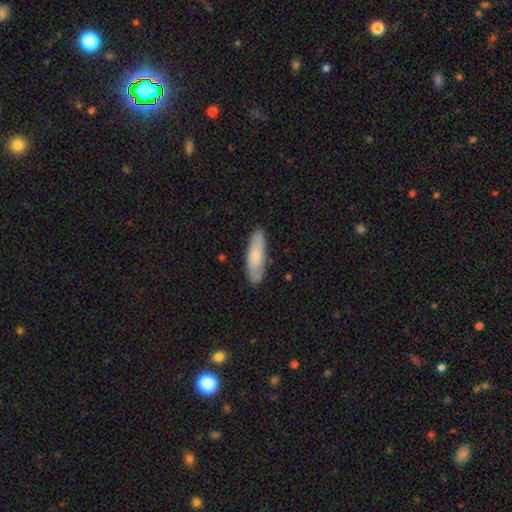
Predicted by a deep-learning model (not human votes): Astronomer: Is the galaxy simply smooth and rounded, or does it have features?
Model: smooth — 77%.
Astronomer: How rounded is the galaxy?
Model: cigar-shaped — 57% (runner-up: in between, 41%).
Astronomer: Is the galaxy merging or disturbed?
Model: none — 86%.